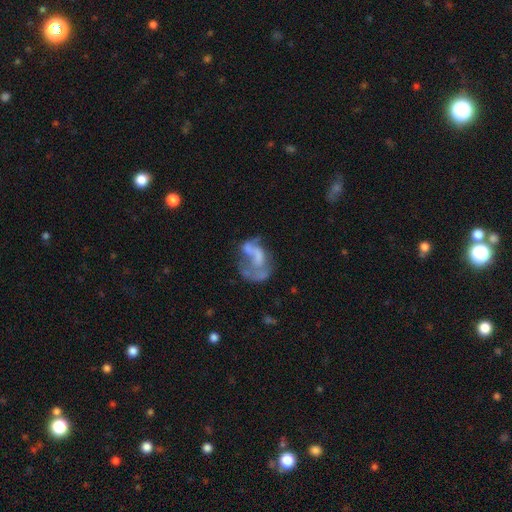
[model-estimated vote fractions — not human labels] Overall: featured or disk (59%; smooth 28%). Edge-on disk: no (98%). Bar: no (77%). Spiral arms: no (70%; yes 30%). Bulge size: none (68%). Merging: major disturbance (40%; none 26%).